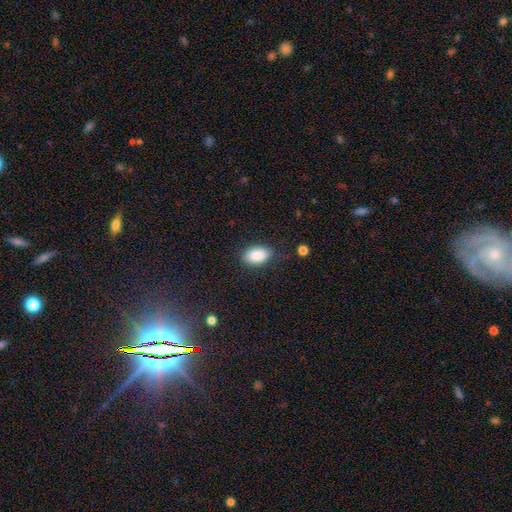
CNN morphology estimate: This appears to be a smooth galaxy with no disk features (88%) that is in between round and cigar-shaped (93%). Merging: none (80%).